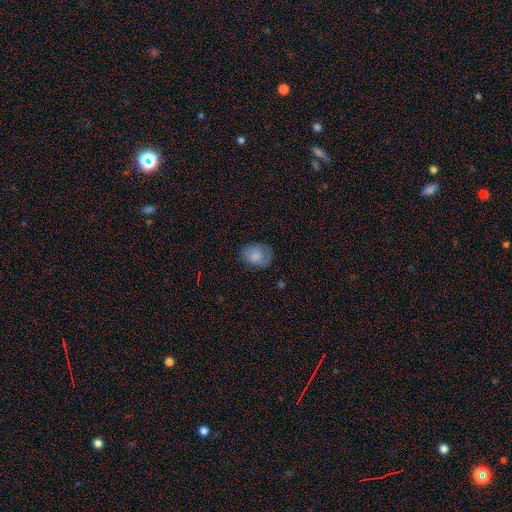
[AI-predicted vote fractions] The model was most divided on "how rounded": in between: 54%, round: 45%, cigar-shaped: 1%. More confident: smooth or featured — smooth (75%); merging — none (69%).